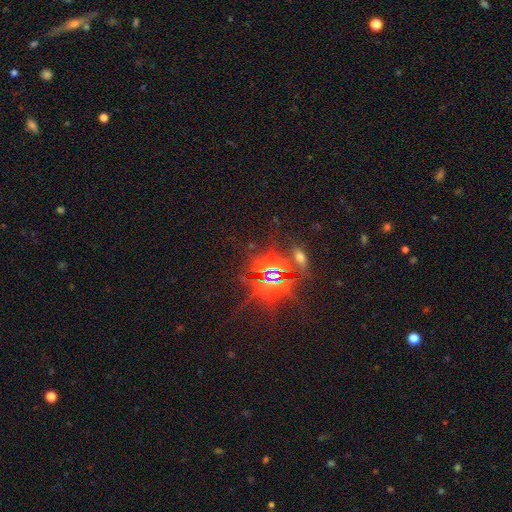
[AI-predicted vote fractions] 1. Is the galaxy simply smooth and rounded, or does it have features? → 85% star or artifact, 8% featured or disk, 7% smooth.